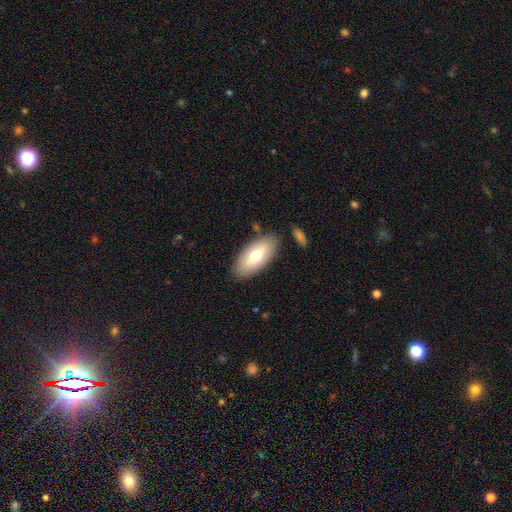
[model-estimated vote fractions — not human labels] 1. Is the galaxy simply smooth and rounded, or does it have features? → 70% smooth, 23% featured or disk, 6% star or artifact.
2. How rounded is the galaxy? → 90% in between, 7% cigar-shaped, 2% round.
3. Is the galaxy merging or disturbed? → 83% none, 11% minor disturbance, 3% merger, 3% major disturbance.